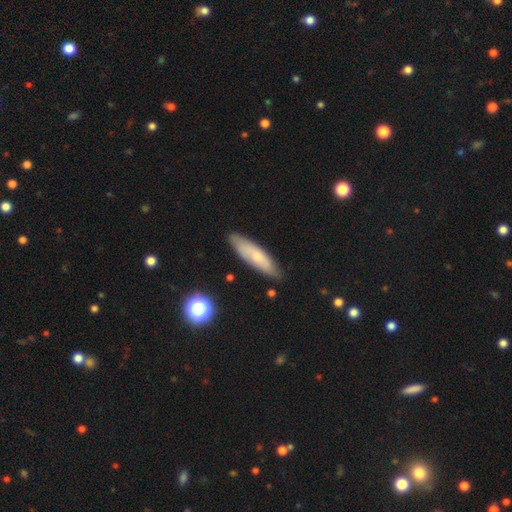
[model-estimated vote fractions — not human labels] Smooth or featured: smooth — 65% (featured or disk — 28%)
How rounded: cigar-shaped — 65% (in between — 33%)
Merging: none — 82% (minor disturbance — 14%)